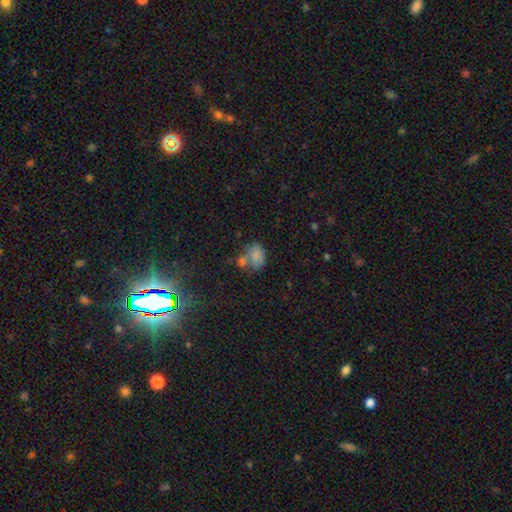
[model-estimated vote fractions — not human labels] The model was most divided on "merging": merger: 37%, none: 36%, minor disturbance: 18%, major disturbance: 10%. More confident: smooth or featured — smooth (75%); how rounded — in between (65%).